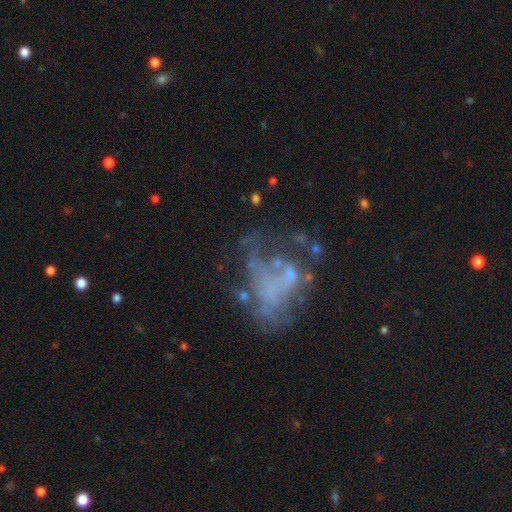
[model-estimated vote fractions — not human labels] Smooth or featured?
  - featured or disk: 60% *
  - smooth: 20%
  - star or artifact: 20%
Edge-on disk?
  - no: 98% *
  - yes: 2%
Bar?
  - no: 91% *
  - weak: 7%
  - strong: 2%
Spiral arms?
  - no: 86% *
  - yes: 14%
Bulge size?
  - none: 79% *
  - small: 12%
  - moderate: 6%
  - large: 2%
  - dominant: 1%
Merging?
  - major disturbance: 41% *
  - none: 32%
  - minor disturbance: 17%
  - merger: 11%